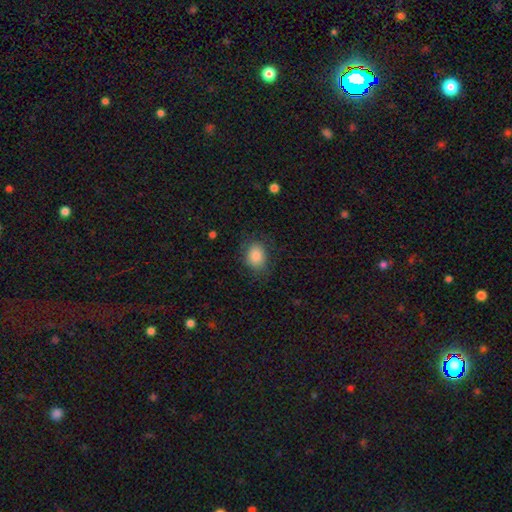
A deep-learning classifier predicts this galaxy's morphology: A smooth galaxy with no disk features (84%) that is in between round and cigar-shaped (56%).

Vote fractions:
- Smooth or featured? smooth: 84% / star or artifact: 9% / featured or disk: 8%
- How rounded? in between: 56% / round: 43% / cigar-shaped: 1%
- Merging? none: 77% / minor disturbance: 16% / major disturbance: 6% / merger: 1%